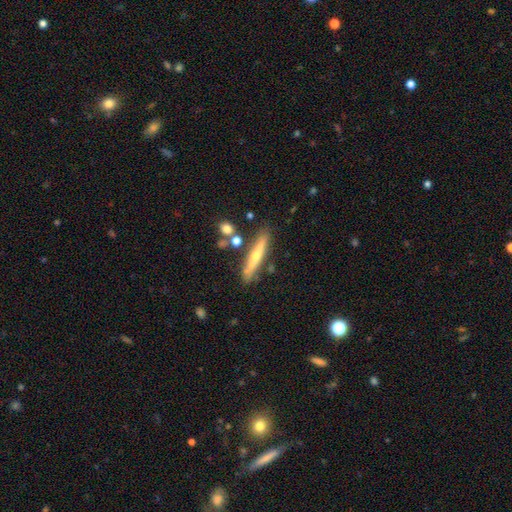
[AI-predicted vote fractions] Overall: featured or disk (55%; smooth 37%). Edge-on disk: yes (92%). Edge-on bulge: rounded (78%). Merging: none (81%).